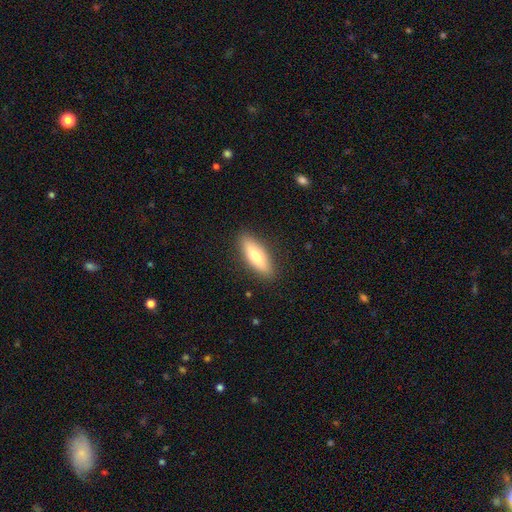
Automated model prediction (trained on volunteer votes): This is likely a smooth galaxy (71%). How rounded: possibly cigar-shaped (51%). Merging: clearly none (88%).